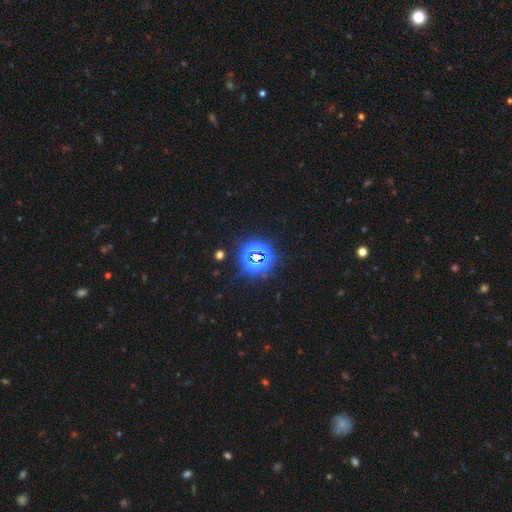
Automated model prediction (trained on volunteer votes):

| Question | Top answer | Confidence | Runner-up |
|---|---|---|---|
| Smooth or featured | star or artifact | 71% | smooth (20%) |